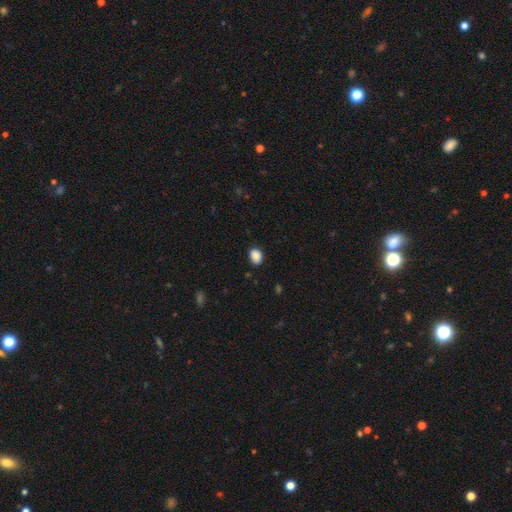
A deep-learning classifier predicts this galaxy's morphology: A smooth galaxy with no disk features (89%) that is in between round and cigar-shaped (71%). Merging: none (83%).